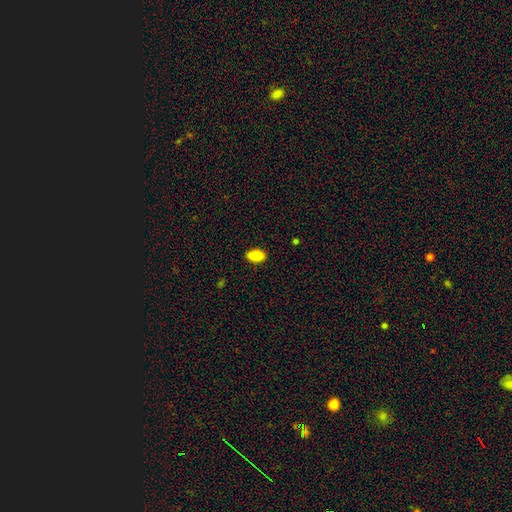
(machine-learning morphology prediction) A smooth galaxy with no disk features (88%) that is in between round and cigar-shaped (90%). Merging: none (89%).